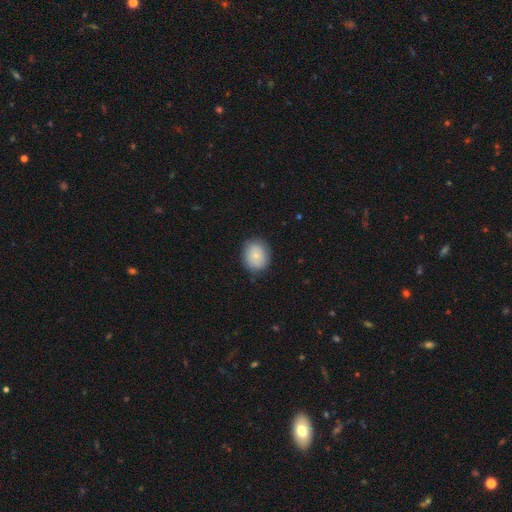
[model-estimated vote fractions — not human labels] smooth-or-featured: smooth: 78% | featured or disk: 14% | star or artifact: 8%
  how-rounded: round: 55% | in between: 45% | cigar-shaped: 1%
  merging: none: 82% | minor disturbance: 14% | major disturbance: 3% | merger: 1%